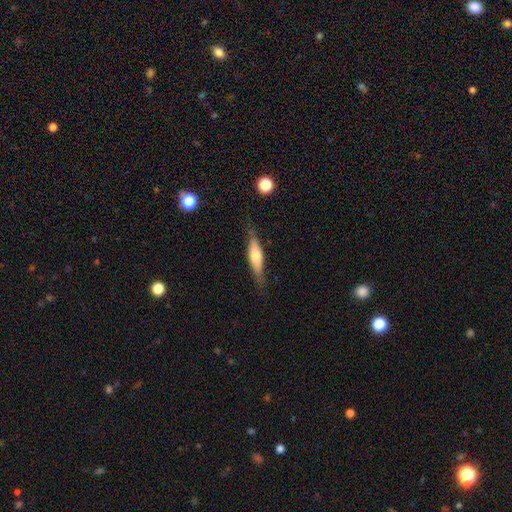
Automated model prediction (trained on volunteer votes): Morphology: type=smooth (52%); roundness=cigar-shaped (64%); merging=none (79%).